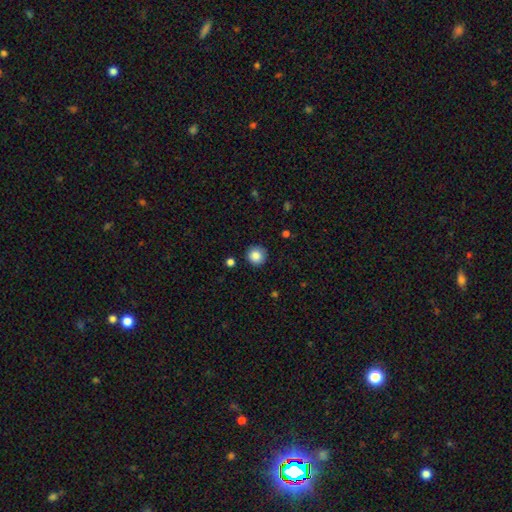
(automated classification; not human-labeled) This appears to be a smooth galaxy with no disk features (86%) that is round (95%). Merging: none (90%).